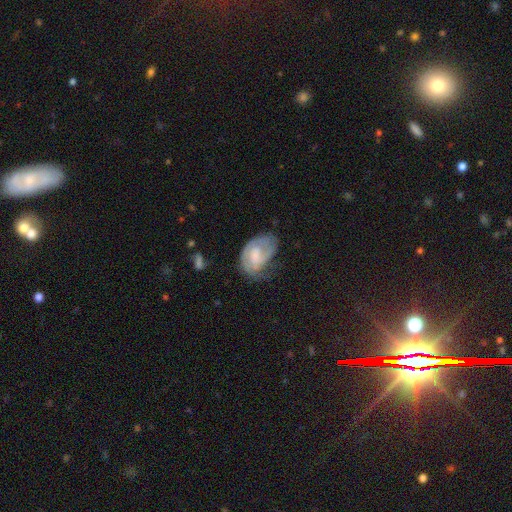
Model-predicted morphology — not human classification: Smooth or featured?
  - featured or disk: 63% *
  - smooth: 31%
  - star or artifact: 7%
Edge-on disk?
  - no: 97% *
  - yes: 3%
Bar?
  - no: 54% *
  - weak: 38%
  - strong: 8%
Spiral arms?
  - yes: 81% *
  - no: 19%
Bulge size?
  - moderate: 32% *
  - none: 27%
  - small: 24%
  - large: 14%
  - dominant: 2%
Merging?
  - none: 45% *
  - minor disturbance: 31%
  - major disturbance: 22%
  - merger: 2%